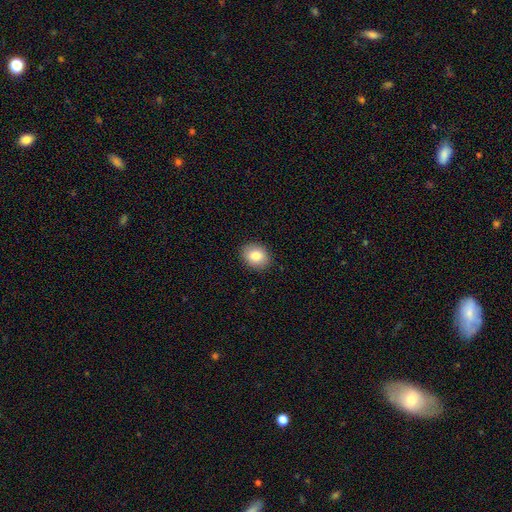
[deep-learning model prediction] This is clearly a smooth galaxy (85%). How rounded: possibly in between (56%). Merging: clearly none (89%).